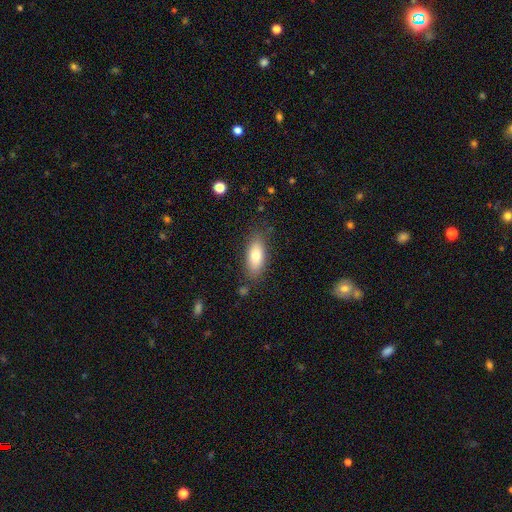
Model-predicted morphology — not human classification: Overall: smooth (77%). How rounded: in between (80%). Merging: none (80%).